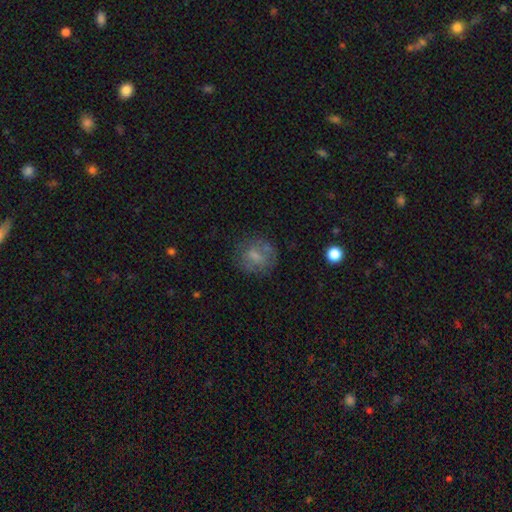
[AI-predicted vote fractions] smooth_or_featured: smooth (p=0.58) [alt: featured or disk p=0.31]
how_rounded: round (p=0.71) [alt: in between p=0.28]
merging: none (p=0.64) [alt: minor disturbance p=0.19]